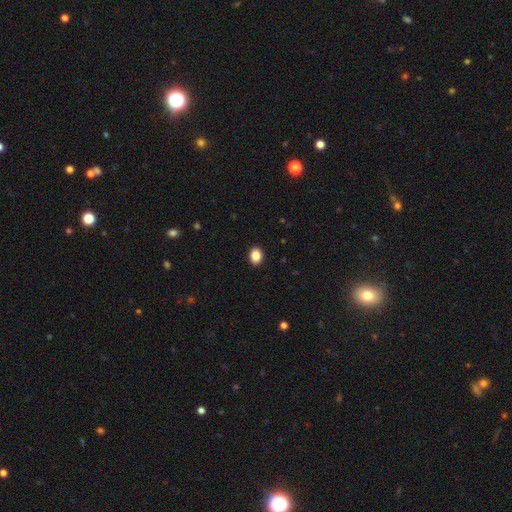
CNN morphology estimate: A smooth galaxy with no disk features (88%) that is in between round and cigar-shaped (57%).

Vote fractions:
- Smooth or featured? smooth: 88% / star or artifact: 9% / featured or disk: 3%
- How rounded? in between: 57% / round: 42% / cigar-shaped: 1%
- Merging? none: 92% / minor disturbance: 6% / major disturbance: 2% / merger: 1%